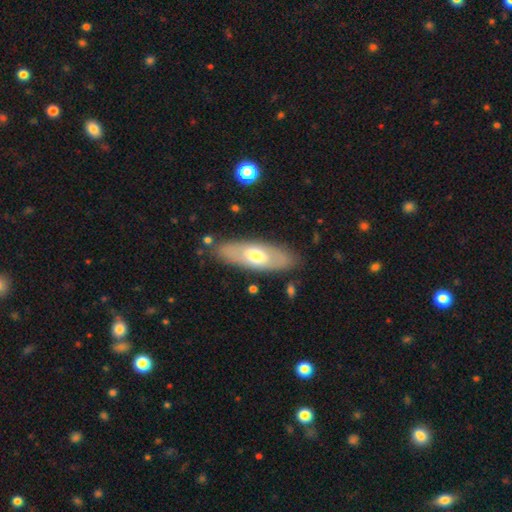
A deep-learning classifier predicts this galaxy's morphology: smooth 50%, featured or disk 45%, star or artifact 5%. Down the decision tree: how rounded — in between (69%); merging — none (83%).